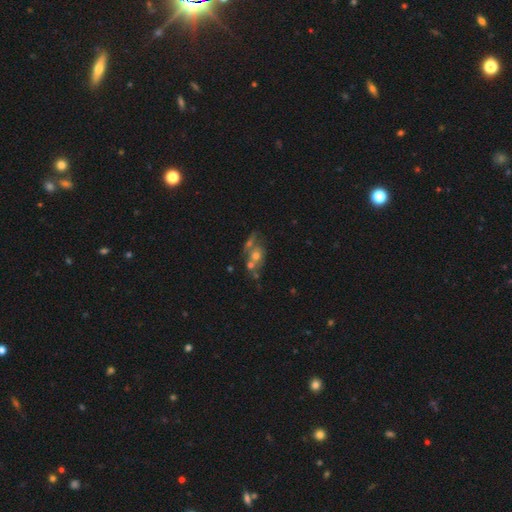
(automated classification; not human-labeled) Smooth or featured: smooth — 43% (featured or disk — 42%)
Merging: merger — 40% (none — 33%)